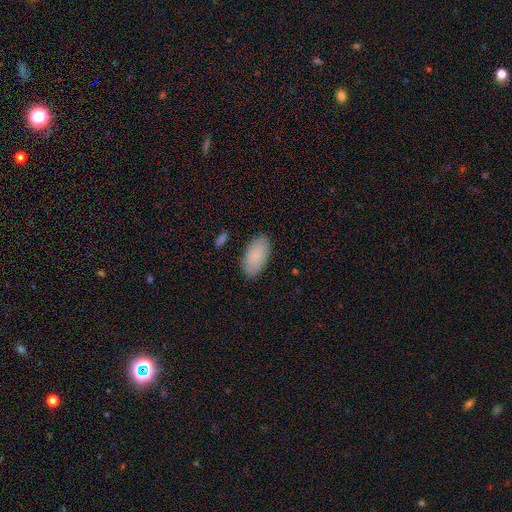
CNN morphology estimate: A smooth galaxy with no disk features (86%) that is in between round and cigar-shaped (95%). Merging: none (86%).